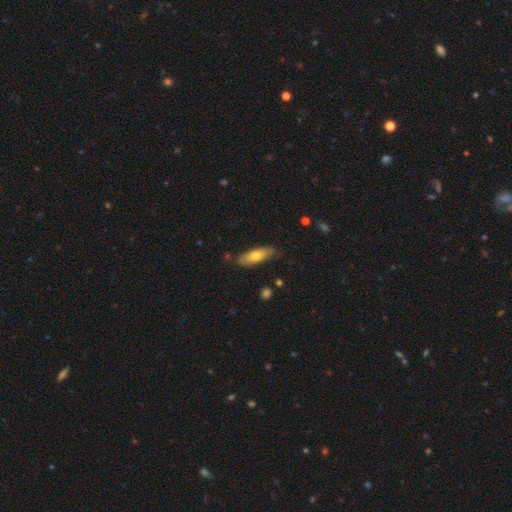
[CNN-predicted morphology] This appears to be a smooth galaxy with no disk features (68%) that is in between round and cigar-shaped (61%). Merging: none (81%).